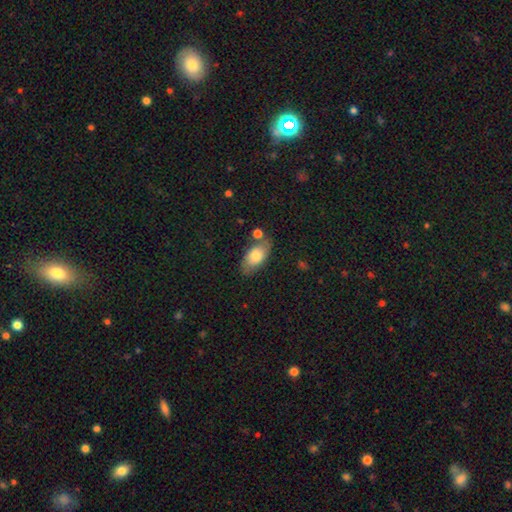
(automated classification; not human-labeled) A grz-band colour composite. It shows a smooth galaxy with no disk features (73%) that is in between round and cigar-shaped (90%). Merging: none (65%).